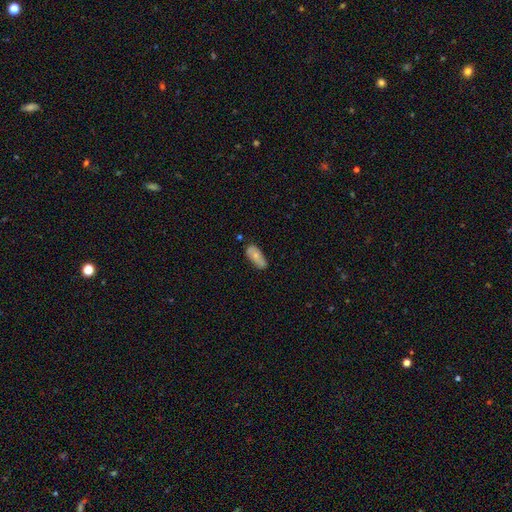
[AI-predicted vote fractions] smooth-or-featured: smooth: 67% | featured or disk: 27% | star or artifact: 6%
  how-rounded: in between: 87% | cigar-shaped: 10% | round: 3%
  merging: none: 68% | minor disturbance: 25% | major disturbance: 5% | merger: 2%